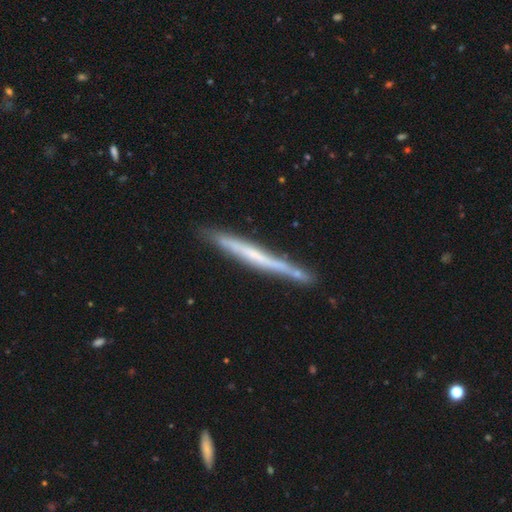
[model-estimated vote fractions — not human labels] A featured or disk galaxy (61%) viewed edge-on (95%) with no central bulge (78%).

Vote fractions:
- Smooth or featured? featured or disk: 61% / smooth: 33% / star or artifact: 6%
- Edge-on disk? yes: 95% / no: 5%
- Edge-on bulge? none: 78% / rounded: 14% / boxy: 8%
- Merging? none: 79% / minor disturbance: 14% / merger: 4% / major disturbance: 3%